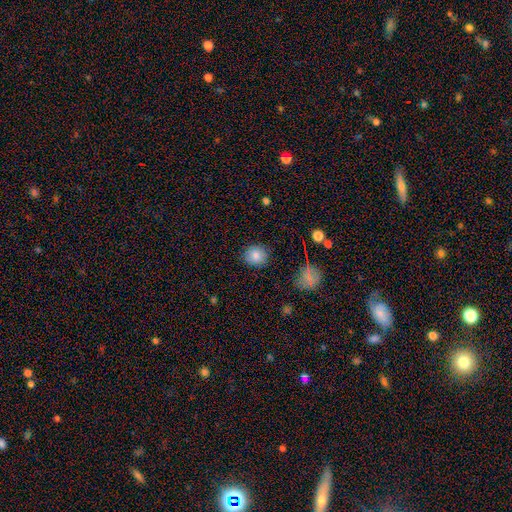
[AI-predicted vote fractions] Smooth or featured: smooth — 82% (star or artifact — 10%)
How rounded: round — 83% (in between — 16%)
Merging: none — 87% (minor disturbance — 9%)